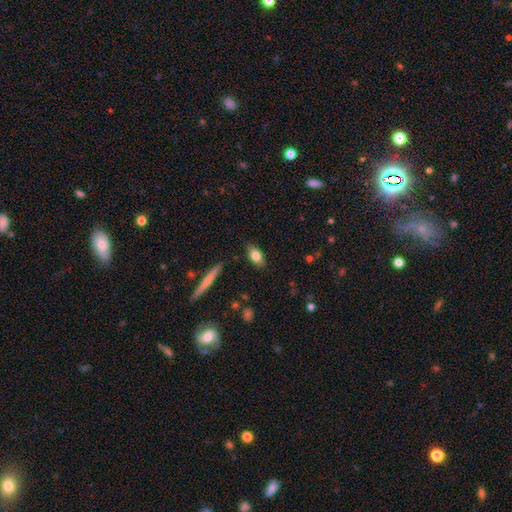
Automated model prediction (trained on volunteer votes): Smooth or featured? smooth (78%)
How rounded? in between (86%)
Merging? none (85%)